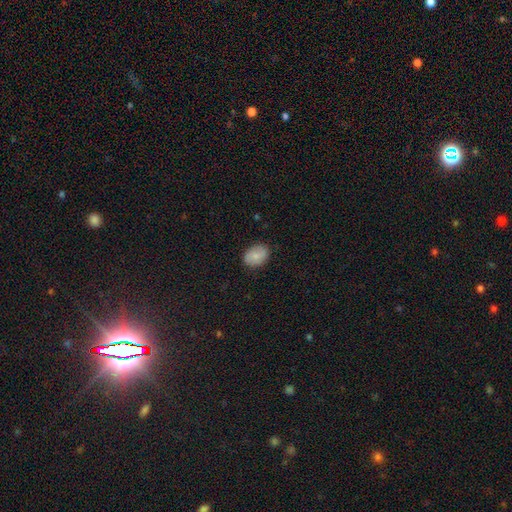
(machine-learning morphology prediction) The model was most divided on "how rounded": in between: 75%, round: 24%, cigar-shaped: 1%. More confident: merging — none (85%); smooth or featured — smooth (76%).